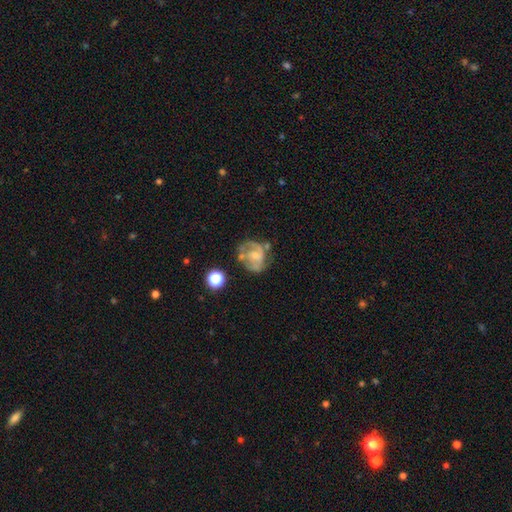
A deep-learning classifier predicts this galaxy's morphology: featured or disk 65%, smooth 26%, star or artifact 9%. Down the decision tree: edge-on disk — no (98%); bar — no (65%); spiral arms — yes (65%); bulge size — small (37%); merging — none (44%).